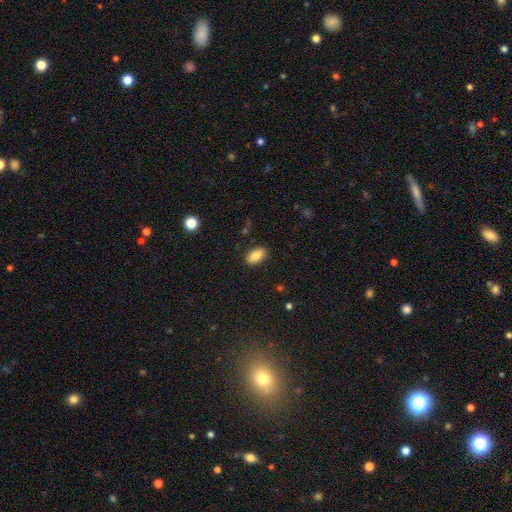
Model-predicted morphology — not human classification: Overall: smooth (86%). How rounded: in between (92%). Merging: none (88%).